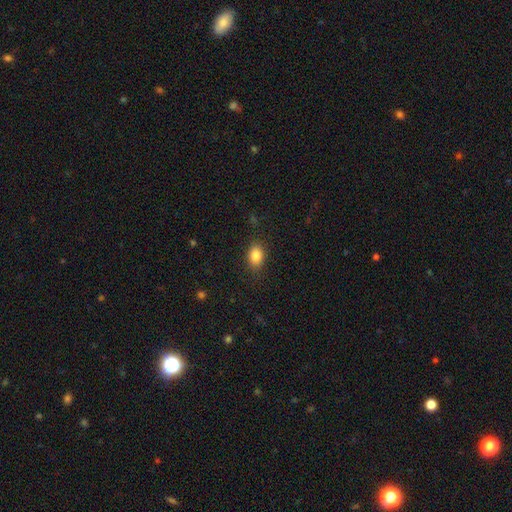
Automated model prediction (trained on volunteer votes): Overall: smooth (85%). How rounded: in between (79%). Merging: none (85%).